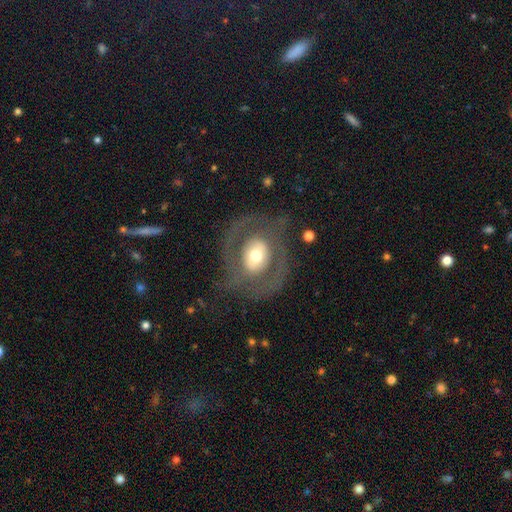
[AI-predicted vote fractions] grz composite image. It shows a featured or disk galaxy (62%) with no bar (61%), no spiral arms (60%) and a moderate central bulge (58%). Merging: none (71%).